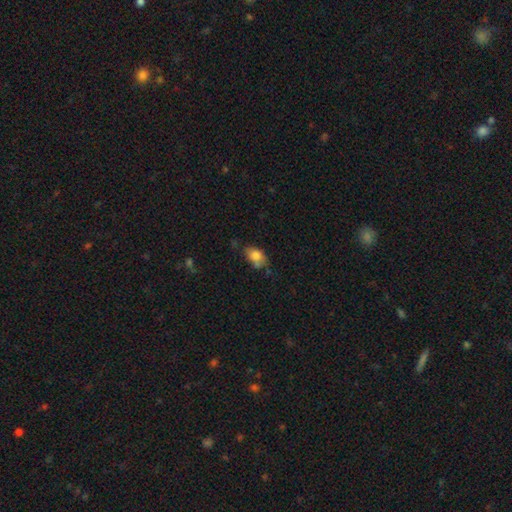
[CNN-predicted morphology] smooth-or-featured: smooth: 79% | featured or disk: 12% | star or artifact: 9%
  how-rounded: in between: 84% | round: 13% | cigar-shaped: 2%
  merging: none: 53% | minor disturbance: 29% | merger: 10% | major disturbance: 8%